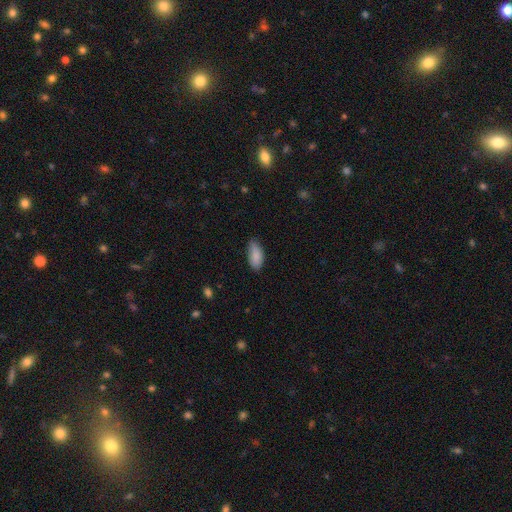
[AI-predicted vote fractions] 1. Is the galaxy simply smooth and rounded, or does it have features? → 86% smooth, 7% featured or disk, 7% star or artifact.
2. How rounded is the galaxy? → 89% in between, 9% cigar-shaped, 2% round.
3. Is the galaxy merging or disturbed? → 68% none, 26% minor disturbance, 4% major disturbance, 1% merger.